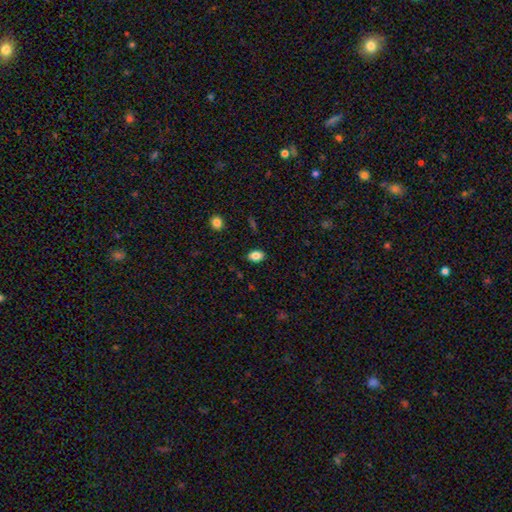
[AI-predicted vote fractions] Morphology: type=smooth (84%); roundness=in between (83%); merging=none (86%).